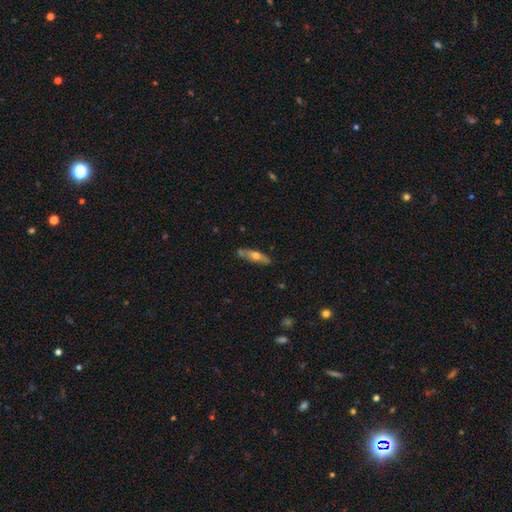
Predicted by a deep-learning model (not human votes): smooth 54%, featured or disk 40%, star or artifact 6%. Down the decision tree: how rounded — cigar-shaped (61%); merging — none (75%).